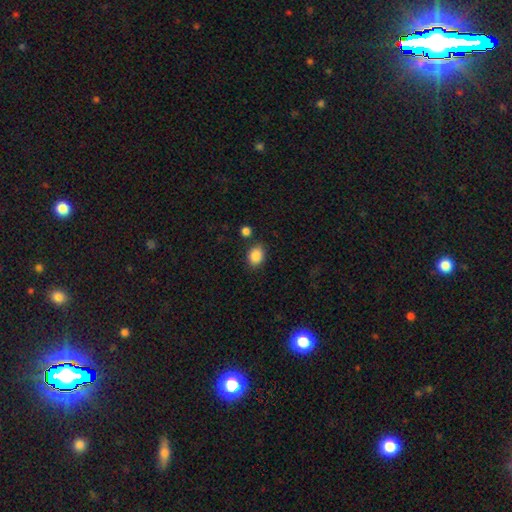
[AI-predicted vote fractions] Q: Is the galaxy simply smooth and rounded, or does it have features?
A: smooth — 87%.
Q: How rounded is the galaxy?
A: in between — 63%.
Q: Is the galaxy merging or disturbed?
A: none — 80%.